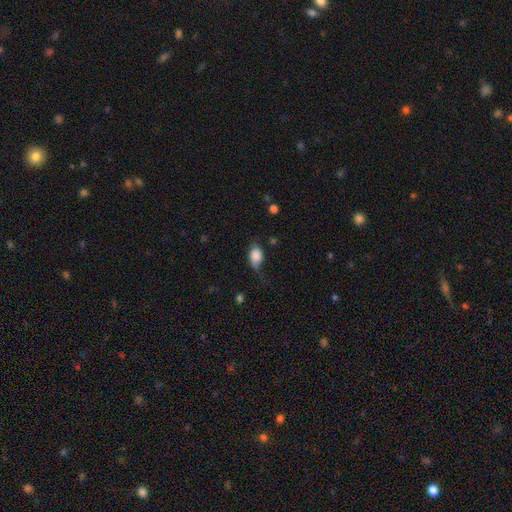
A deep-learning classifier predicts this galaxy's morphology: This appears to be a smooth galaxy with no disk features (83%) that is in between round and cigar-shaped (86%). Merging: none (45%).